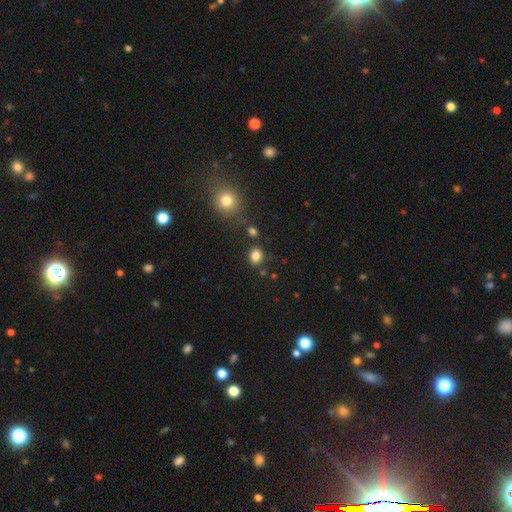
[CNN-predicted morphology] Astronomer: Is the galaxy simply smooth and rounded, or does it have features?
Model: smooth — 83%.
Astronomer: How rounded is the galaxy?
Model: round — 69%.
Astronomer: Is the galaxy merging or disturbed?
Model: none — 81%.